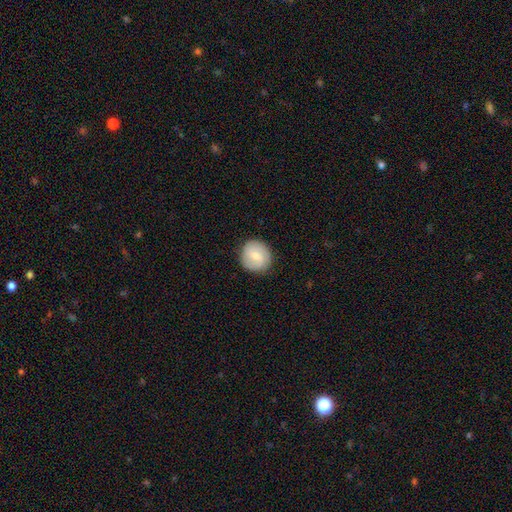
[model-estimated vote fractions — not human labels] This appears to be a smooth galaxy with no disk features (53%) that is round (89%). Merging: none (87%).